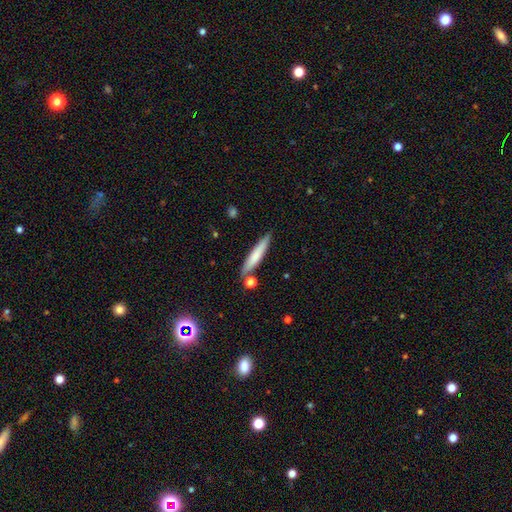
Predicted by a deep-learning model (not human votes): smooth_or_featured: smooth (p=0.69) [alt: featured or disk p=0.25]
how_rounded: cigar-shaped (p=0.92) [alt: in between p=0.07]
merging: none (p=0.81) [alt: minor disturbance p=0.11]